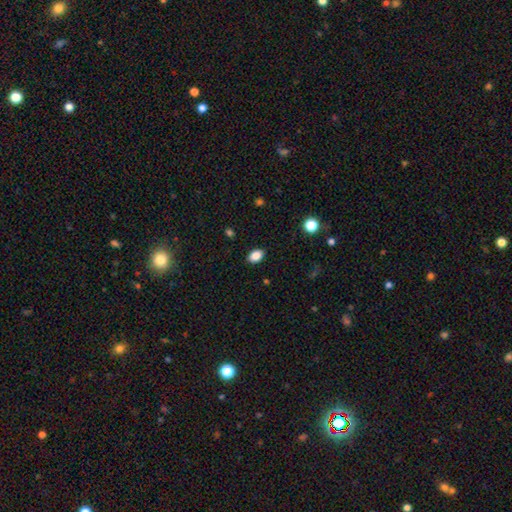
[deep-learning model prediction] Q: Smooth or featured?
A: smooth (87%); runner-up: star or artifact (9%)
Q: How rounded?
A: in between (84%); runner-up: round (15%)
Q: Merging?
A: none (88%); runner-up: minor disturbance (9%)